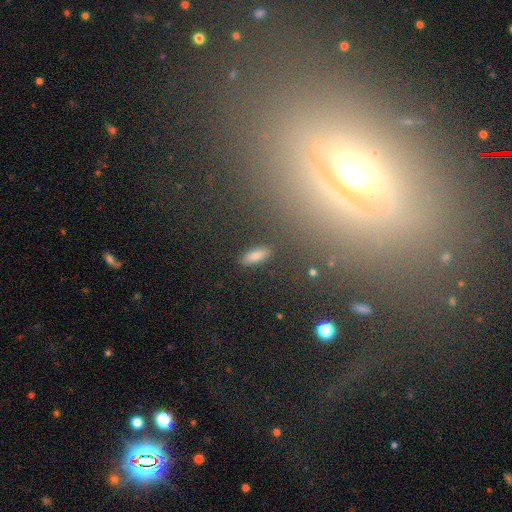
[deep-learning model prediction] This appears to be a smooth galaxy with no disk features (80%) that is in between round and cigar-shaped (64%). Merging: none (87%).